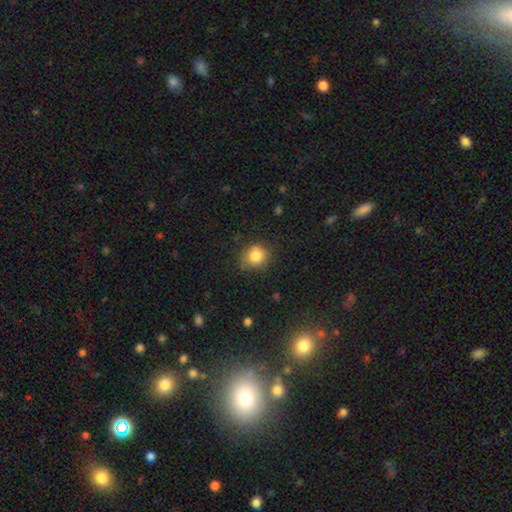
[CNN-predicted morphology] smooth_or_featured: smooth (p=0.83) [alt: star or artifact p=0.10]
how_rounded: round (p=0.80) [alt: in between p=0.19]
merging: none (p=0.72) [alt: minor disturbance p=0.21]